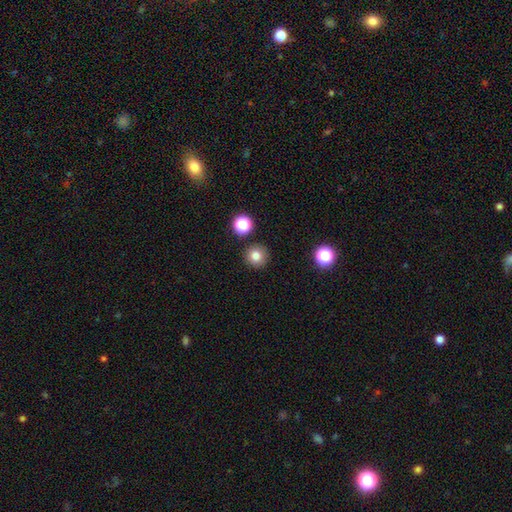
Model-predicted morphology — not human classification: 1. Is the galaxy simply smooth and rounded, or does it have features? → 79% smooth, 14% star or artifact, 7% featured or disk.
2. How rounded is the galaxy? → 95% round, 4% in between, 1% cigar-shaped.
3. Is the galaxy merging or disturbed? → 89% none, 6% minor disturbance, 3% merger, 2% major disturbance.